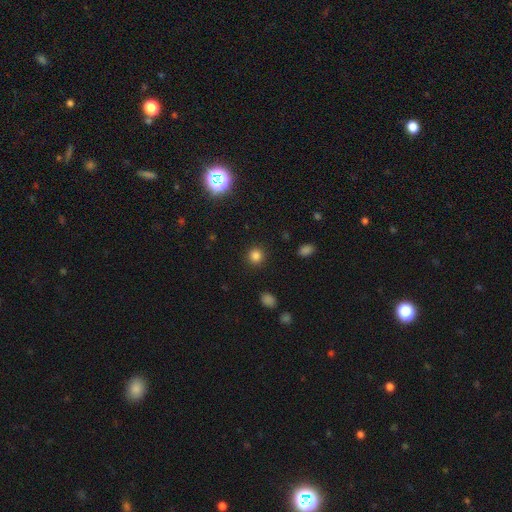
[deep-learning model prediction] This appears to be a smooth galaxy with no disk features (82%) that is round (92%). Merging: none (91%).